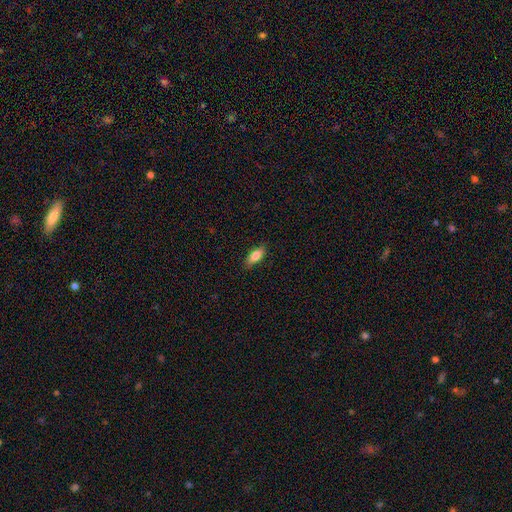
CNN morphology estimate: Smooth or featured? Predicted: smooth (p=0.80). How rounded? Predicted: in between (p=0.75). Merging? Predicted: none (p=0.85).